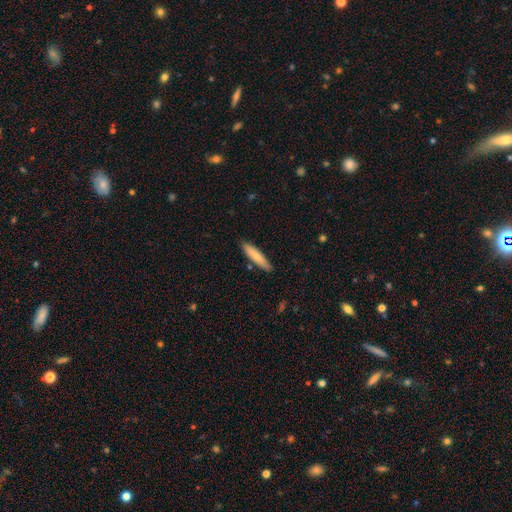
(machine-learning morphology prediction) smooth_or_featured: smooth (p=0.79) [alt: featured or disk p=0.15]
how_rounded: cigar-shaped (p=0.85) [alt: in between p=0.13]
merging: none (p=0.85) [alt: minor disturbance p=0.11]